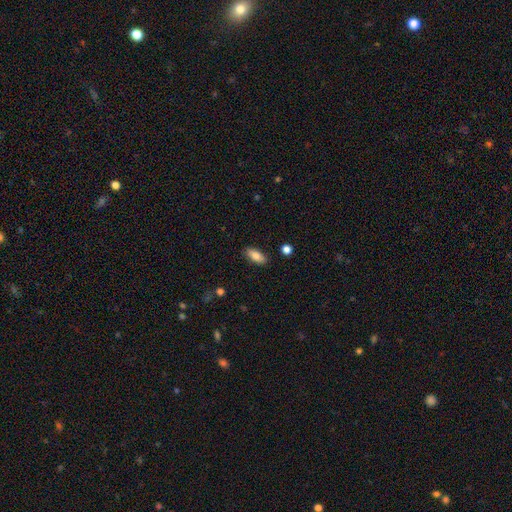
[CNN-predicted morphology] type=smooth (82%); roundness=in between (84%); merging=none (88%).